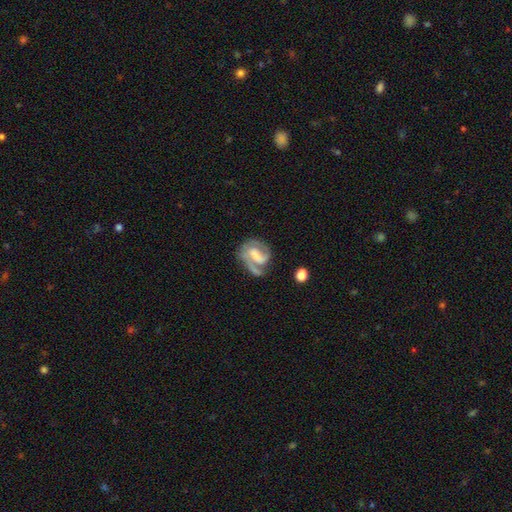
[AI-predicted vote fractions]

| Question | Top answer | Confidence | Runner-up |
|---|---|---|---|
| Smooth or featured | featured or disk | 78% | smooth (16%) |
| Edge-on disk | no | 97% | yes (3%) |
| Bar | weak | 45% | strong (31%) |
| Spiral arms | yes | 91% | no (9%) |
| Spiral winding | medium | 45% | tight (37%) |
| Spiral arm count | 2 | 51% | 1 (32%) |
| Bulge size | small | 30% | none (29%) |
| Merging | none | 48% | major disturbance (23%) |